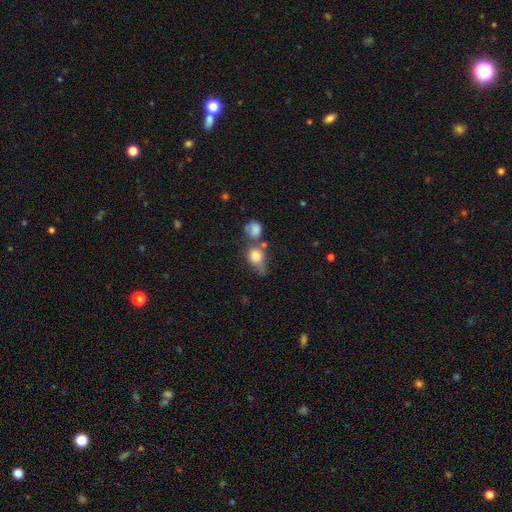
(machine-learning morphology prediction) smooth-or-featured: smooth: 78% | featured or disk: 13% | star or artifact: 9%
  how-rounded: in between: 50% | round: 47% | cigar-shaped: 3%
  merging: merger: 37% | none: 31% | minor disturbance: 19% | major disturbance: 12%